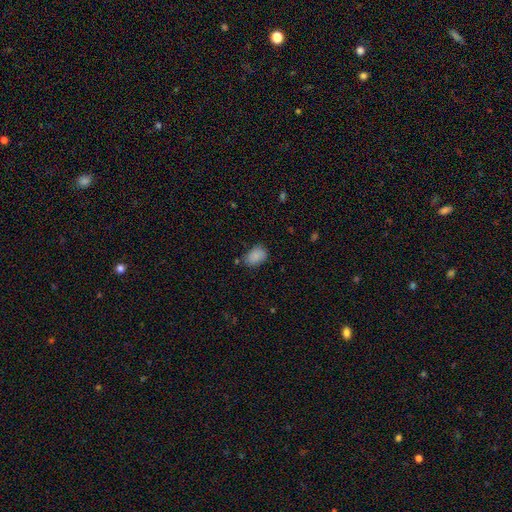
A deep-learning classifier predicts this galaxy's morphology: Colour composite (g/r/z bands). It shows a smooth galaxy with no disk features (87%) that is in between round and cigar-shaped (84%). Merging: none (75%).